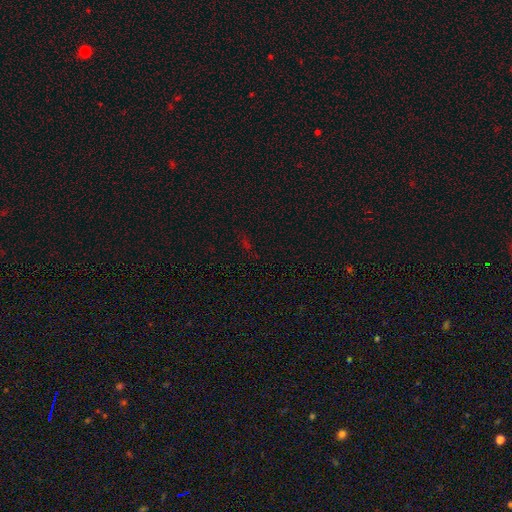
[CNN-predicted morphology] Smooth or featured? star or artifact (64%)